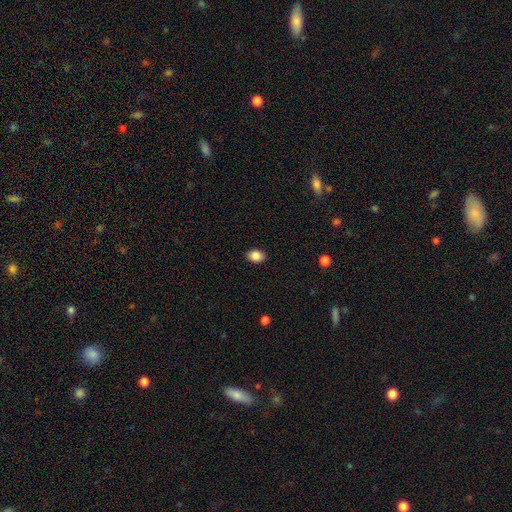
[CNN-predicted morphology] A smooth galaxy with no disk features (86%) that is in between round and cigar-shaped (74%). Merging: none (88%).